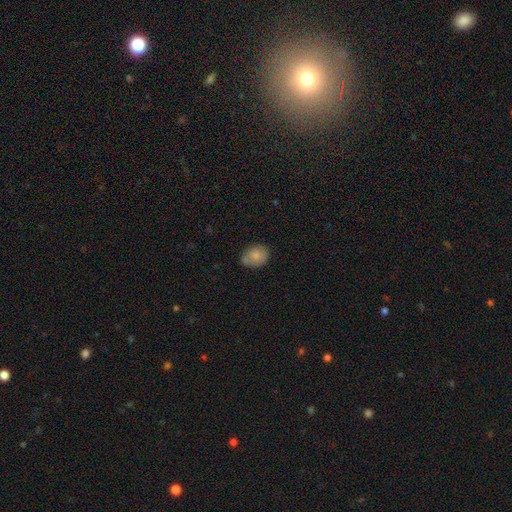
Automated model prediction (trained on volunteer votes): This appears to be a smooth galaxy with no disk features (81%) that is in between round and cigar-shaped (52%). Merging: none (64%).